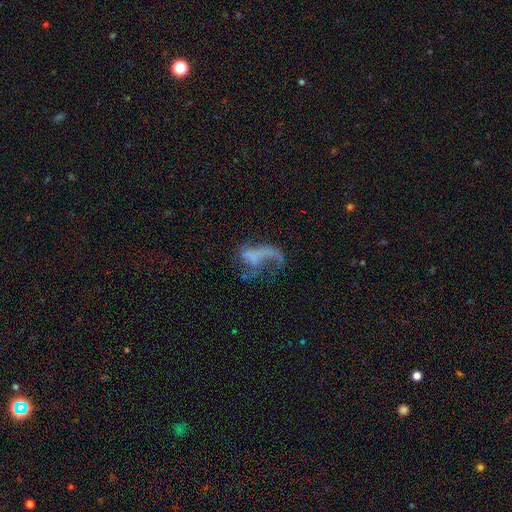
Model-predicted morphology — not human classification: The model was most divided on "spiral arms": yes: 53%, no: 47%. More confident: edge-on disk — no (96%); bar — no (75%); bulge size — none (74%); smooth or featured — featured or disk (61%); merging — major disturbance (52%).